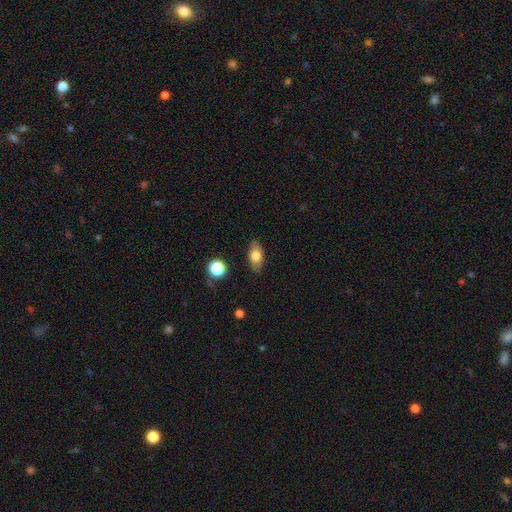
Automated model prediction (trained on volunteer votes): smooth-or-featured: smooth: 76% | featured or disk: 16% | star or artifact: 8%
  how-rounded: in between: 86% | round: 8% | cigar-shaped: 6%
  merging: none: 85% | minor disturbance: 11% | major disturbance: 2% | merger: 2%